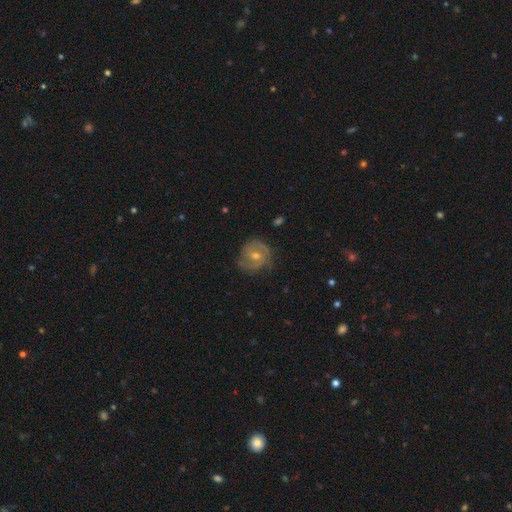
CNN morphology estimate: Smooth or featured?
  - featured or disk: 76% *
  - smooth: 15%
  - star or artifact: 9%
Edge-on disk?
  - no: 97% *
  - yes: 3%
Bar?
  - no: 61% *
  - weak: 32%
  - strong: 7%
Spiral arms?
  - yes: 93% *
  - no: 7%
Spiral winding?
  - tight: 54% *
  - medium: 37%
  - loose: 9%
Spiral arm count?
  - 2: 55% *
  - can't tell: 19%
  - 3: 14%
  - 1: 5%
  - 4: 3%
  - more than 4: 3%
Bulge size?
  - moderate: 57% *
  - small: 40%
  - large: 2%
  - none: 1%
  - dominant: 1%
Merging?
  - none: 77% *
  - minor disturbance: 16%
  - major disturbance: 5%
  - merger: 1%